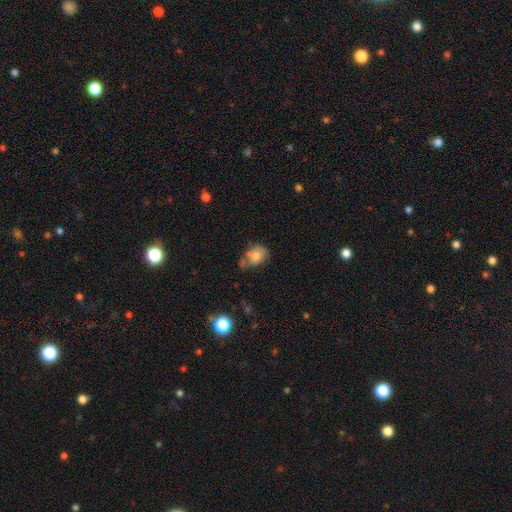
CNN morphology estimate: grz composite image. It shows a smooth galaxy with no disk features (67%) that is in between round and cigar-shaped (55%). Merging: none (41%).